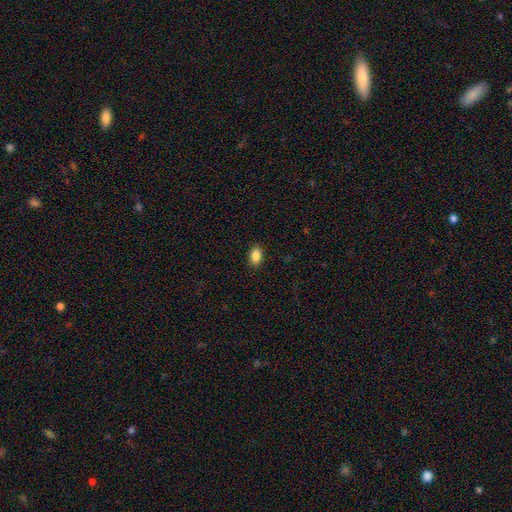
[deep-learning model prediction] A smooth galaxy with no disk features (87%) that is in between round and cigar-shaped (89%). Merging: none (90%).